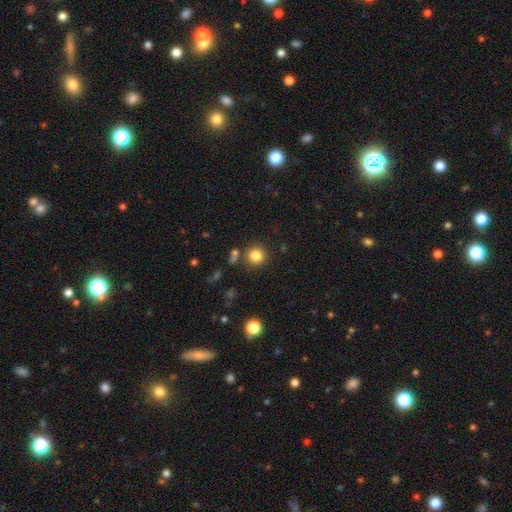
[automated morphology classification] smooth_or_featured: smooth (p=0.83) [alt: star or artifact p=0.12]
how_rounded: round (p=0.92) [alt: in between p=0.08]
merging: none (p=0.82) [alt: minor disturbance p=0.08]